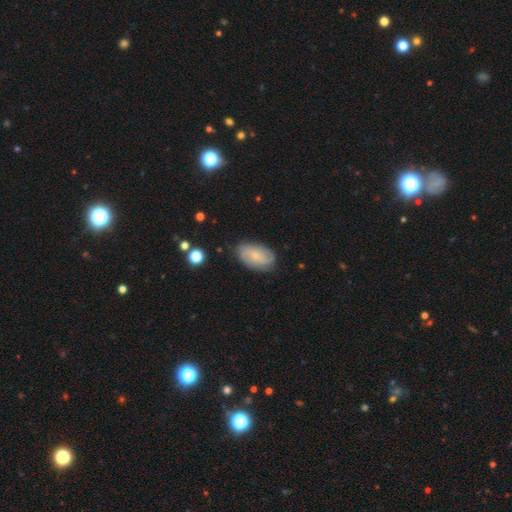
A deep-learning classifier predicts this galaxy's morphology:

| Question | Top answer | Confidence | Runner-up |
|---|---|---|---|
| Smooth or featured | featured or disk | 48% | smooth (44%) |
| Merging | none | 77% | minor disturbance (18%) |